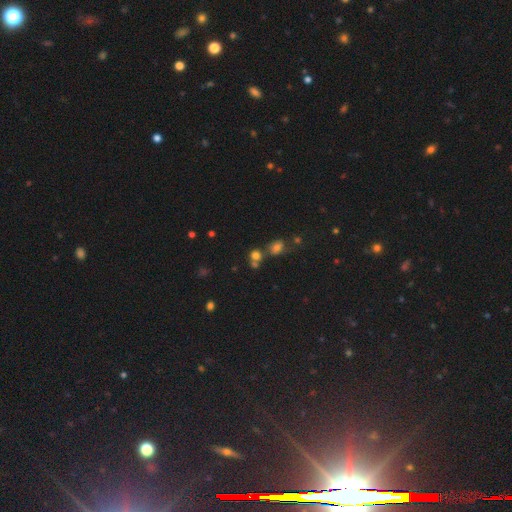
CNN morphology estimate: The model was most divided on "merging": none: 55%, merger: 31%, minor disturbance: 10%, major disturbance: 5%. More confident: how rounded — round (78%); smooth or featured — smooth (69%).